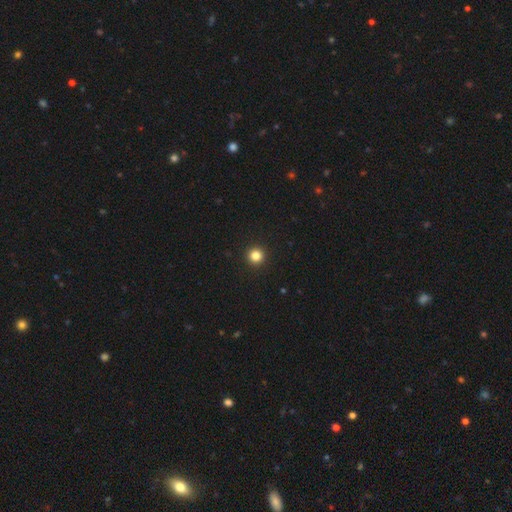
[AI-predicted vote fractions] smooth_or_featured: smooth (p=0.84) [alt: star or artifact p=0.12]
how_rounded: round (p=0.96) [alt: in between p=0.03]
merging: none (p=0.94) [alt: minor disturbance p=0.04]